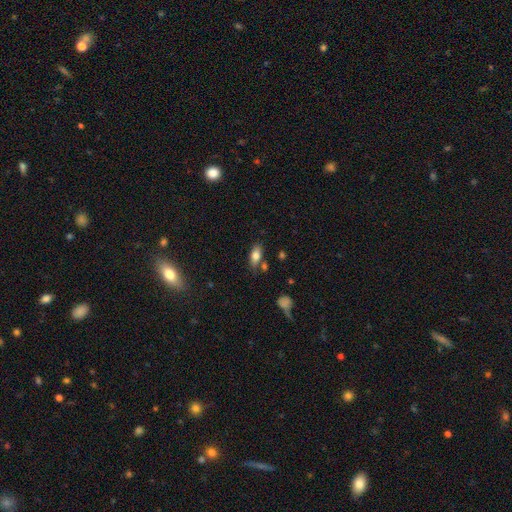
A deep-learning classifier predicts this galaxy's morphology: Q: Smooth or featured?
A: smooth (79%); runner-up: featured or disk (13%)
Q: How rounded?
A: in between (86%); runner-up: cigar-shaped (10%)
Q: Merging?
A: none (72%); runner-up: minor disturbance (16%)